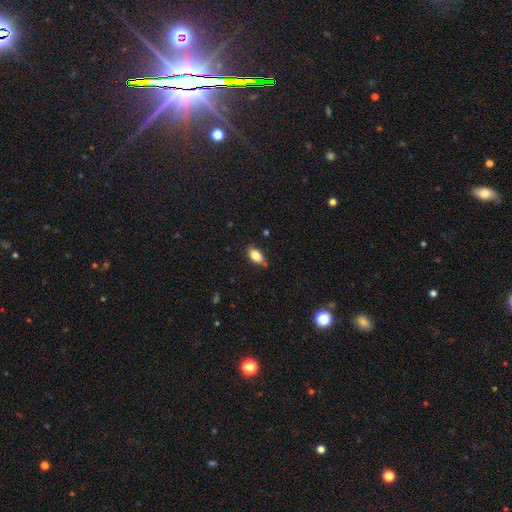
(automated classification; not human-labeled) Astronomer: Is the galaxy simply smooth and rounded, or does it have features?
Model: smooth — 82%.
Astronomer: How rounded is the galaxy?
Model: in between — 90%.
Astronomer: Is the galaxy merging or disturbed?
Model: none — 75%.